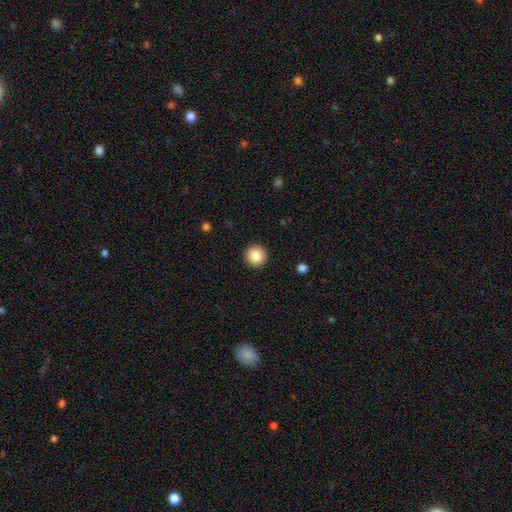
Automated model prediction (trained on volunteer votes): This appears to be a smooth galaxy with no disk features (84%) that is round (96%). Merging: none (93%).